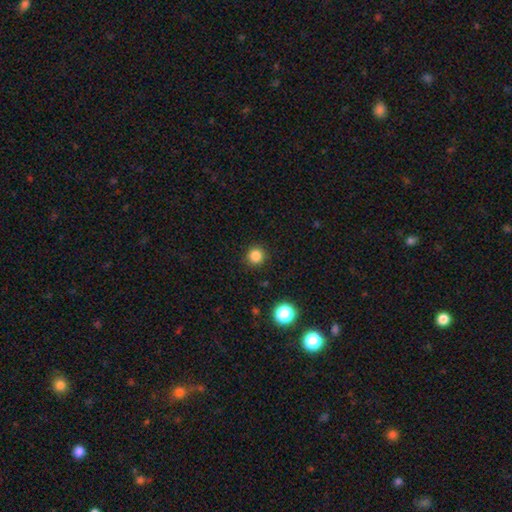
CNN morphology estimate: Q: Smooth or featured?
A: smooth (84%); runner-up: star or artifact (12%)
Q: How rounded?
A: round (94%); runner-up: in between (5%)
Q: Merging?
A: none (91%); runner-up: minor disturbance (6%)